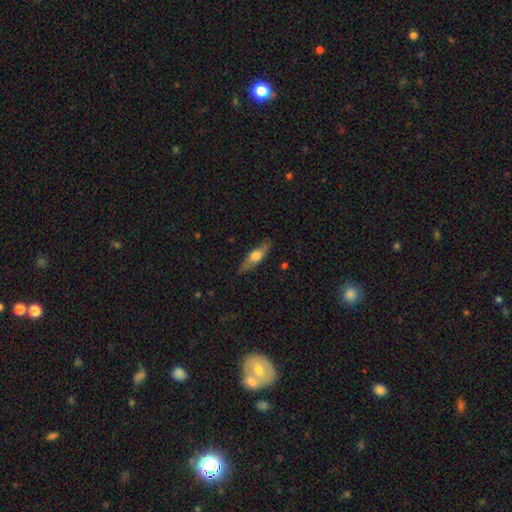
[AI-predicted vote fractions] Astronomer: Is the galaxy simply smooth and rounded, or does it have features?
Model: smooth — 52% (runner-up: featured or disk, 43%).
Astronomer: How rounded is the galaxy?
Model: cigar-shaped — 56% (runner-up: in between, 41%).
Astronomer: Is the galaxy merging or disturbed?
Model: none — 80%.